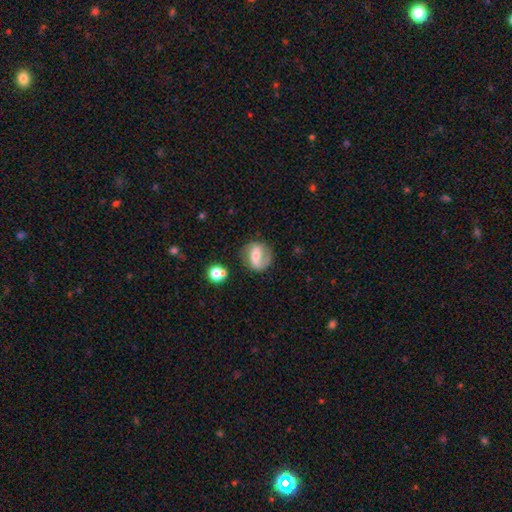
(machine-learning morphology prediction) Smooth or featured: featured or disk — 64% (smooth — 28%)
Edge-on disk: no — 96% (yes — 4%)
Bar: strong — 41% (weak — 39%)
Spiral arms: yes — 84% (no — 16%)
Spiral winding: loose — 42% (medium — 38%)
Spiral arm count: 2 — 70% (1 — 21%)
Bulge size: moderate — 48% (small — 36%)
Merging: none — 70% (minor disturbance — 17%)